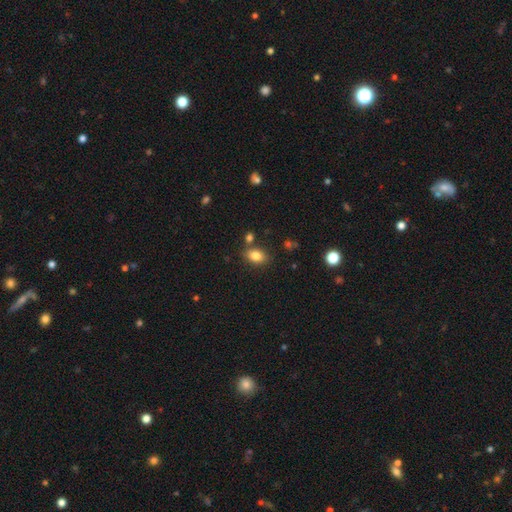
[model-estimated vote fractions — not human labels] Smooth or featured?
  - smooth: 82% *
  - star or artifact: 10%
  - featured or disk: 8%
How rounded?
  - in between: 82% *
  - round: 16%
  - cigar-shaped: 2%
Merging?
  - none: 77% *
  - minor disturbance: 12%
  - merger: 8%
  - major disturbance: 3%